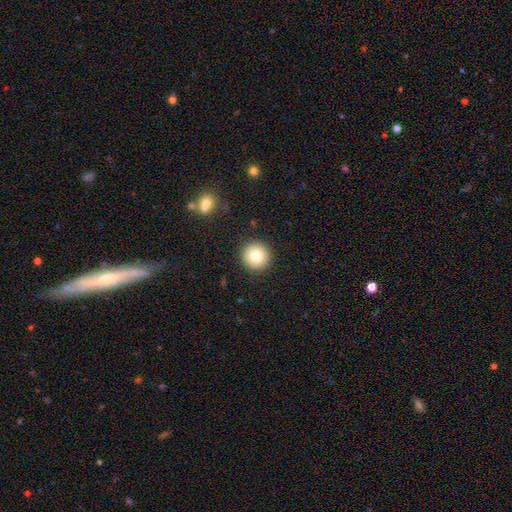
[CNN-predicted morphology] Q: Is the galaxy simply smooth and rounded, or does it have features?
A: smooth — 80%.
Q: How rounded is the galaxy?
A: round — 96%.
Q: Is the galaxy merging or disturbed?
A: none — 92%.